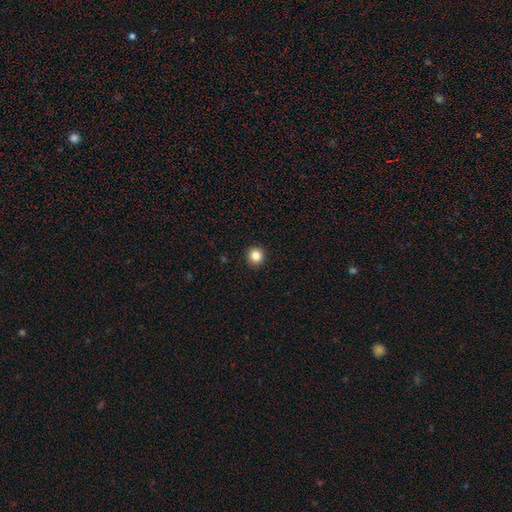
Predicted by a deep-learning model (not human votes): Q: Smooth or featured?
A: smooth (85%); runner-up: star or artifact (10%)
Q: How rounded?
A: round (93%); runner-up: in between (6%)
Q: Merging?
A: none (92%); runner-up: minor disturbance (5%)